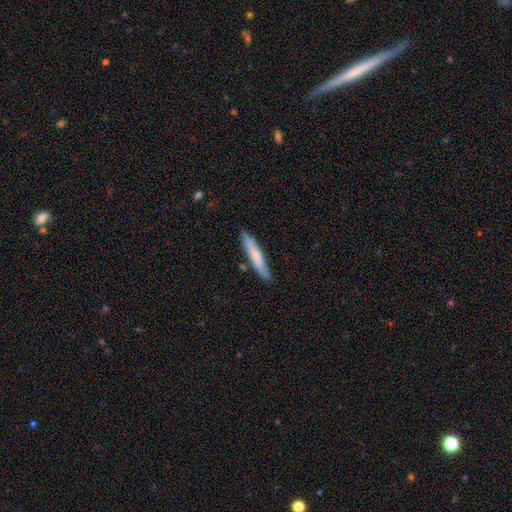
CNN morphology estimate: Smooth or featured?
  - smooth: 66% *
  - featured or disk: 29%
  - star or artifact: 5%
How rounded?
  - cigar-shaped: 92% *
  - in between: 7%
  - round: 1%
Merging?
  - none: 82% *
  - minor disturbance: 13%
  - merger: 3%
  - major disturbance: 2%